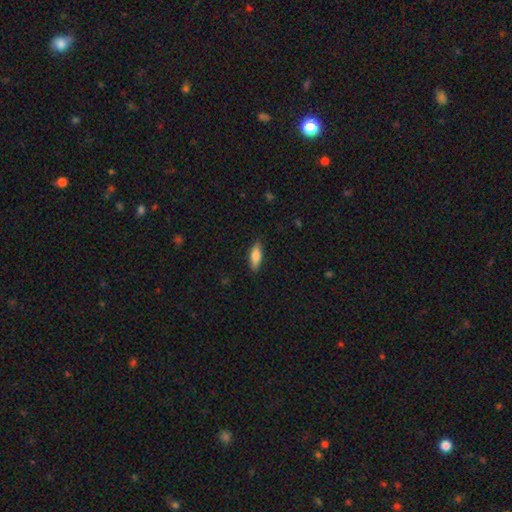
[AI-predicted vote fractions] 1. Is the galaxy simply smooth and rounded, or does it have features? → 82% smooth, 12% featured or disk, 6% star or artifact.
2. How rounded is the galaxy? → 62% in between, 36% cigar-shaped, 2% round.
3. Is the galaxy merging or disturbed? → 85% none, 12% minor disturbance, 2% major disturbance, 1% merger.